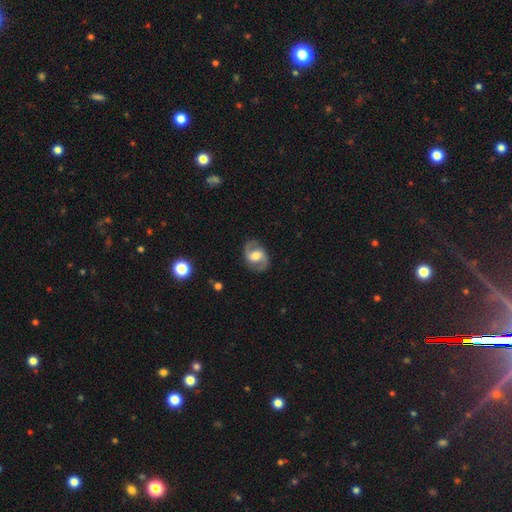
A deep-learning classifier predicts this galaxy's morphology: Overall: featured or disk (81%). Edge-on disk: no (98%). Bar: weak (48%; no 34%). Spiral arms: yes (94%). Spiral arm count: 2 (93%). Spiral winding: medium (53%; loose 31%). Bulge size: moderate (61%). Merging: none (85%).